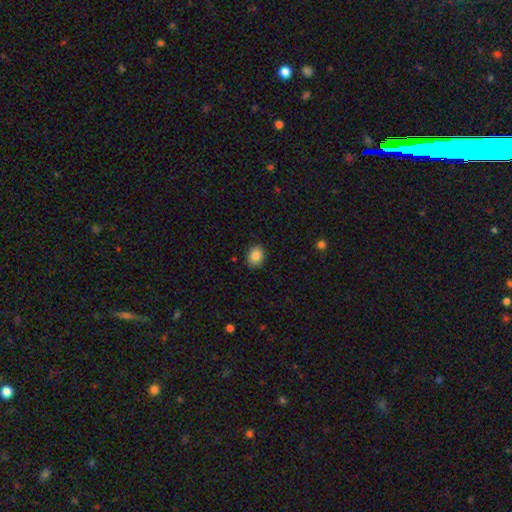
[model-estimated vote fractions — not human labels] A smooth galaxy with no disk features (87%) that is in between round and cigar-shaped (53%).

Vote fractions:
- Smooth or featured? smooth: 87% / star or artifact: 8% / featured or disk: 4%
- How rounded? in between: 53% / round: 46% / cigar-shaped: 1%
- Merging? none: 87% / minor disturbance: 10% / major disturbance: 2% / merger: 1%